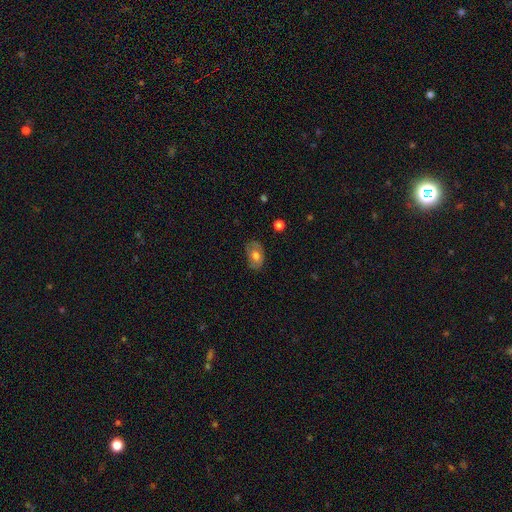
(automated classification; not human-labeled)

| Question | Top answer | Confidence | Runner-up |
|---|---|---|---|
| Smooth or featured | smooth | 63% | featured or disk (29%) |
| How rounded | in between | 87% | round (12%) |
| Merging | none | 77% | minor disturbance (18%) |